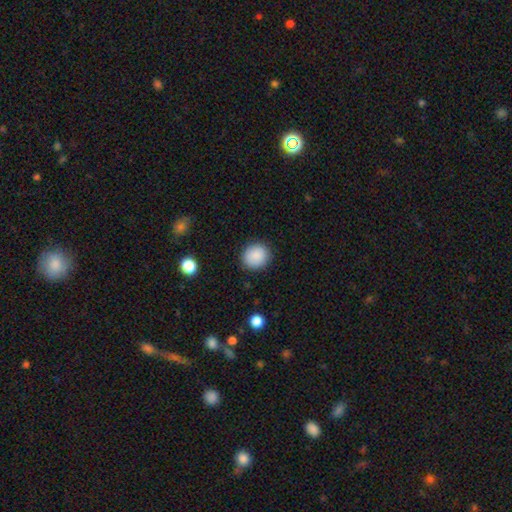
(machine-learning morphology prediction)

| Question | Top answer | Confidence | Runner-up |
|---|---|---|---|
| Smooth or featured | smooth | 89% | star or artifact (8%) |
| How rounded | round | 85% | in between (14%) |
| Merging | none | 89% | minor disturbance (8%) |